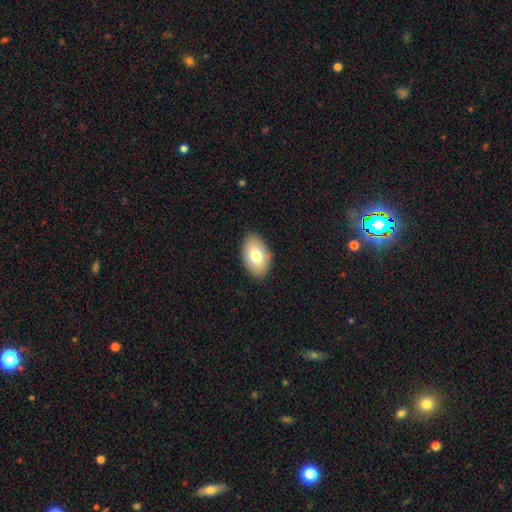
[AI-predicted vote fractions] This appears to be a smooth galaxy with no disk features (76%) that is in between round and cigar-shaped (90%). Merging: none (87%).